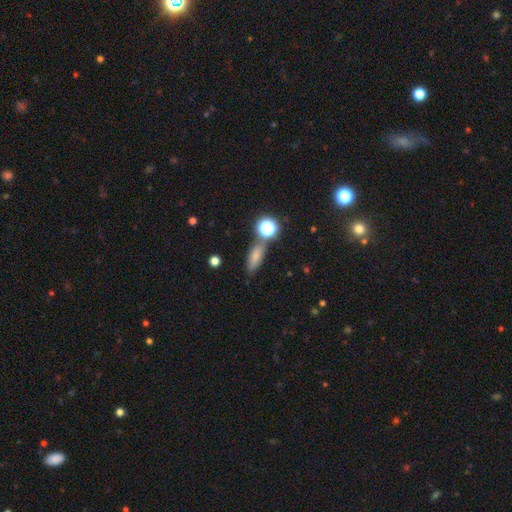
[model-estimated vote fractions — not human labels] Q: Smooth or featured?
A: smooth (75%); runner-up: star or artifact (15%)
Q: How rounded?
A: in between (57%); runner-up: cigar-shaped (31%)
Q: Merging?
A: none (70%); runner-up: minor disturbance (13%)